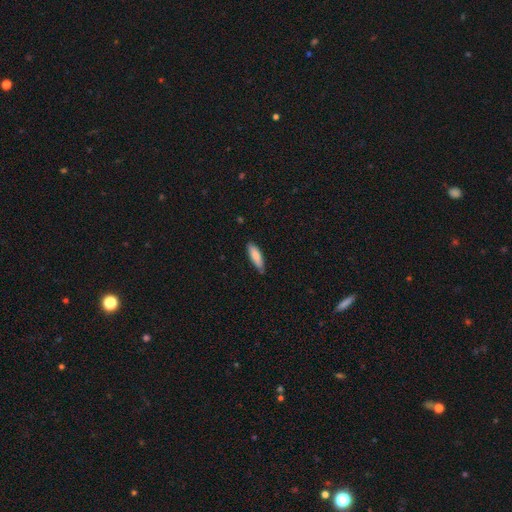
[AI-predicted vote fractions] Smooth or featured? smooth (81%)
How rounded? cigar-shaped (56%)
Merging? none (78%)